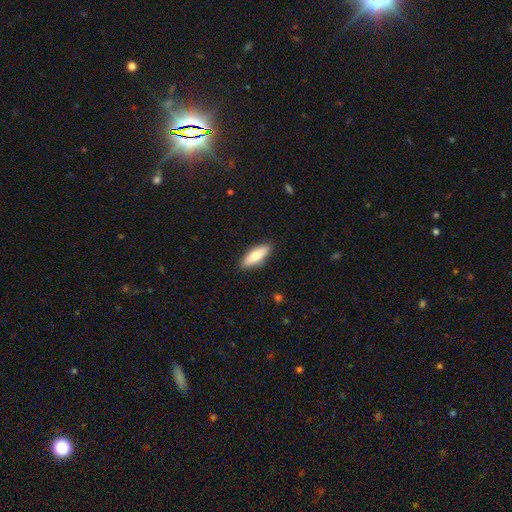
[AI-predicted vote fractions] Smooth or featured? Predicted: smooth (p=0.73). How rounded? Predicted: in between (p=0.63). Merging? Predicted: none (p=0.89).